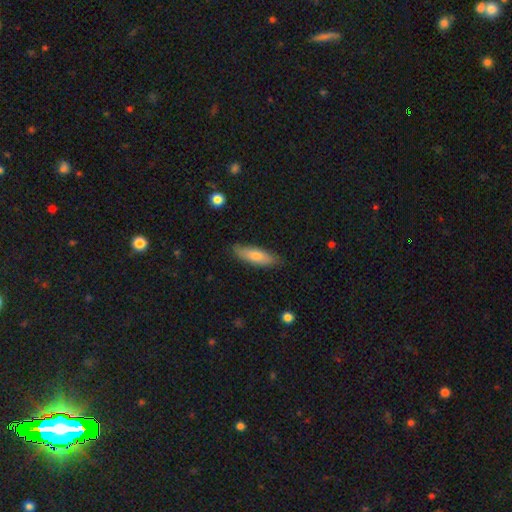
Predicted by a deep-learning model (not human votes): smooth-or-featured: smooth: 71% | featured or disk: 23% | star or artifact: 6%
  how-rounded: cigar-shaped: 52% | in between: 46% | round: 2%
  merging: none: 80% | minor disturbance: 16% | major disturbance: 2% | merger: 1%